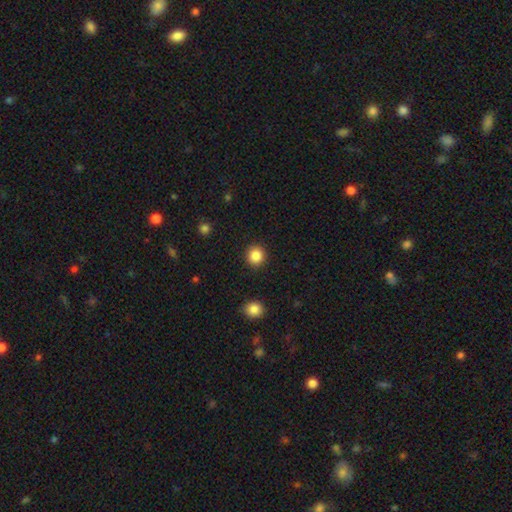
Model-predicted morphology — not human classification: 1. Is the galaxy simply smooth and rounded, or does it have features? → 86% smooth, 10% star or artifact, 4% featured or disk.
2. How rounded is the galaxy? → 92% round, 7% in between, 1% cigar-shaped.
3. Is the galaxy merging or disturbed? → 92% none, 5% minor disturbance, 2% major disturbance, 1% merger.